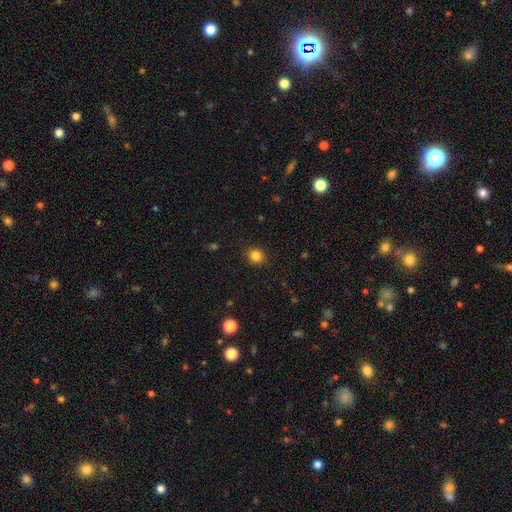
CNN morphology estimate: smooth 84%, star or artifact 12%, featured or disk 5%. Down the decision tree: how rounded — round (72%); merging — none (89%).